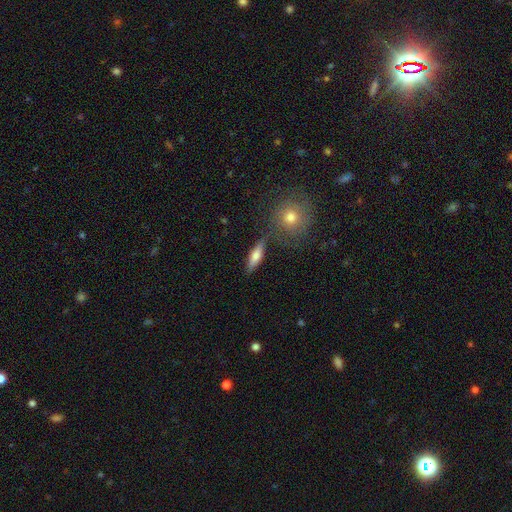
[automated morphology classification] Smooth or featured? Predicted: smooth (p=0.66). How rounded? Predicted: cigar-shaped (p=0.49). Merging? Predicted: none (p=0.76).